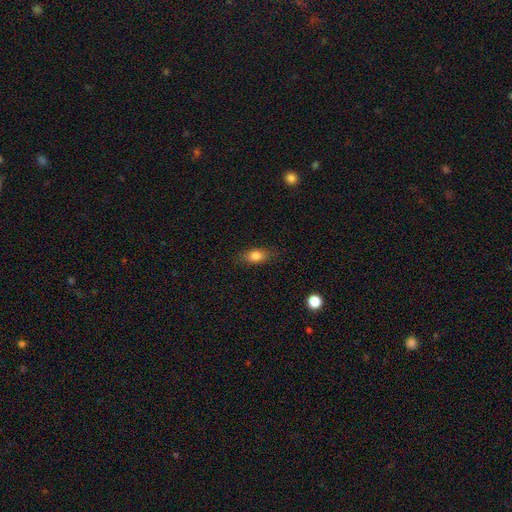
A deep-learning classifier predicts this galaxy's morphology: smooth-or-featured: smooth: 80% | featured or disk: 11% | star or artifact: 9%
  how-rounded: in between: 80% | round: 12% | cigar-shaped: 9%
  merging: none: 83% | minor disturbance: 13% | major disturbance: 3% | merger: 1%